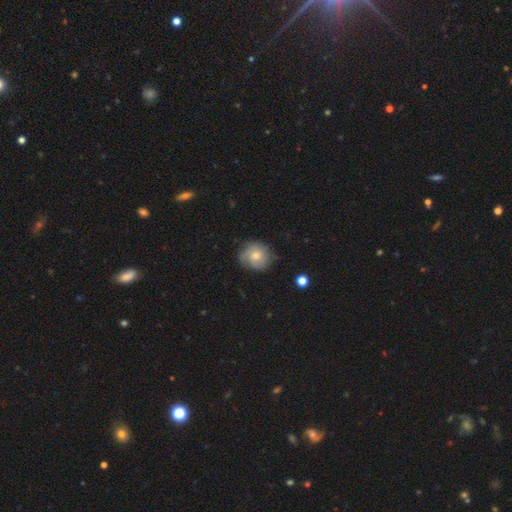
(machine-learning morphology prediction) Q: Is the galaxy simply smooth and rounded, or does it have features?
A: smooth — 49%.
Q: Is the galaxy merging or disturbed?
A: none — 69%.